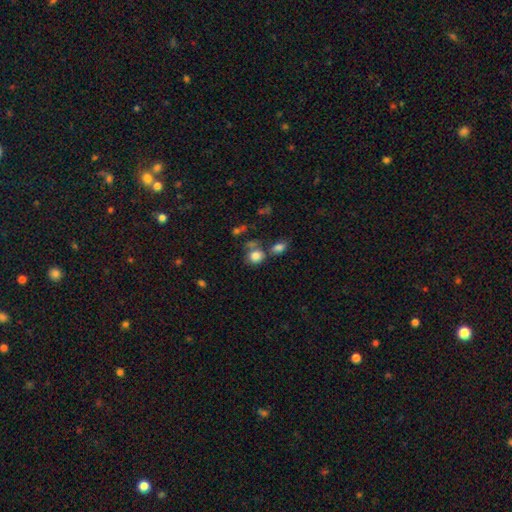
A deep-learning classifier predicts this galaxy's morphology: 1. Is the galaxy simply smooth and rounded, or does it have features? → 82% smooth, 10% star or artifact, 8% featured or disk.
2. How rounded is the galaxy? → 72% round, 27% in between, 1% cigar-shaped.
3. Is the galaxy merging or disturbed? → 52% none, 27% merger, 14% minor disturbance, 7% major disturbance.